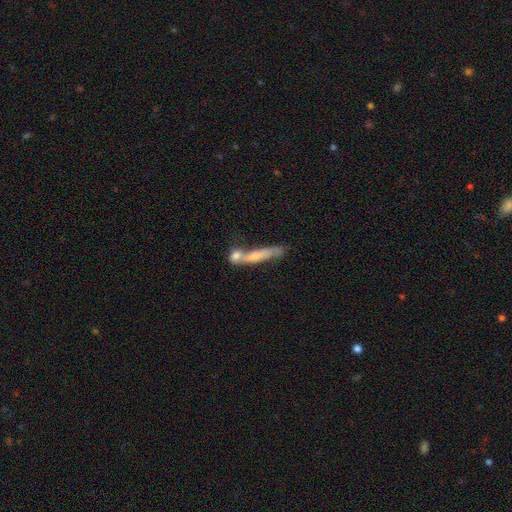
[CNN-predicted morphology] This appears to be a smooth galaxy with no disk features (53%) that is cigar-shaped (86%). Merging: merger (41%).